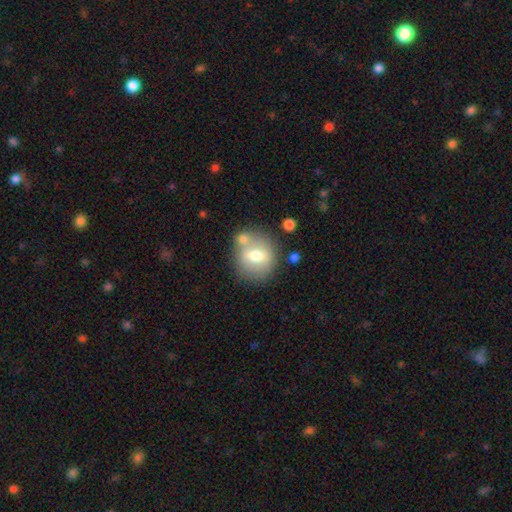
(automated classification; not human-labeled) smooth_or_featured: smooth (p=0.60) [alt: featured or disk p=0.31]
how_rounded: round (p=0.81) [alt: in between p=0.18]
merging: none (p=0.63) [alt: merger p=0.19]